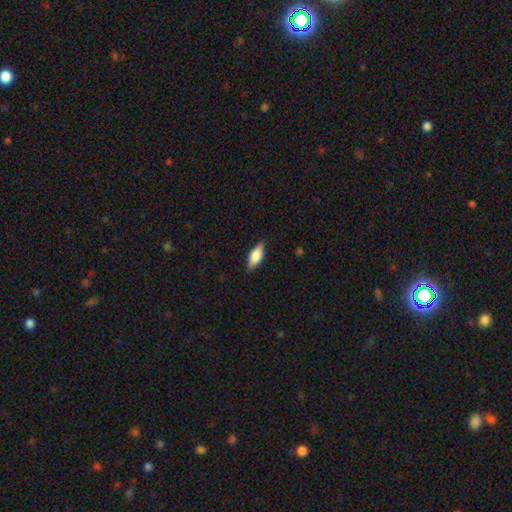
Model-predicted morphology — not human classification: Overall: smooth (71%). How rounded: in between (72%). Merging: none (86%).